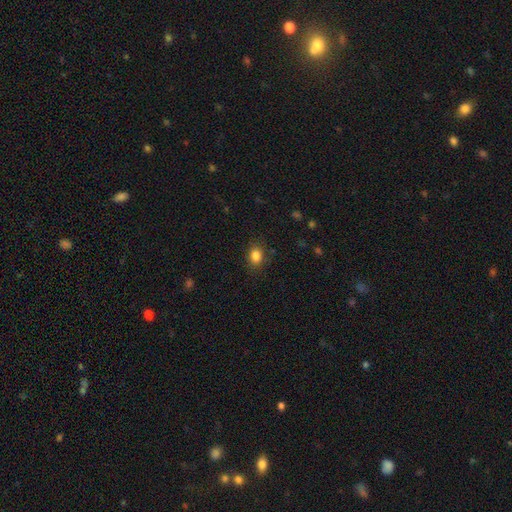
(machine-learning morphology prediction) Overall: smooth (84%). How rounded: in between (53%; round 45%). Merging: none (84%).